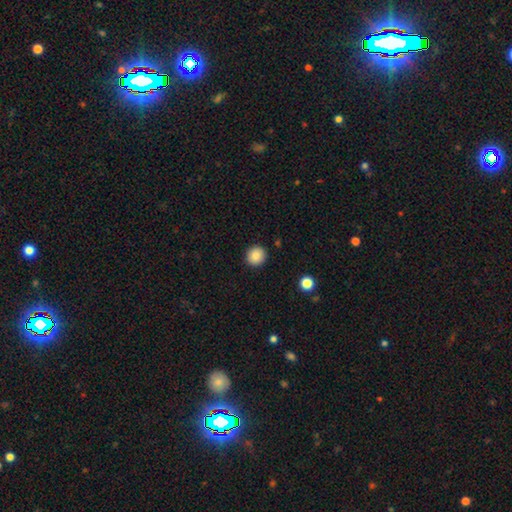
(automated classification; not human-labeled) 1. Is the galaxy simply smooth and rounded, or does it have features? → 86% smooth, 9% star or artifact, 5% featured or disk.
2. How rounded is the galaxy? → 92% round, 7% in between, 1% cigar-shaped.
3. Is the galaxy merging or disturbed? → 92% none, 5% minor disturbance, 2% major disturbance, 1% merger.